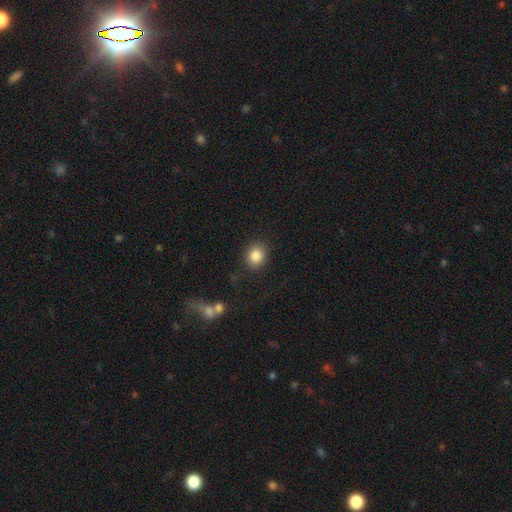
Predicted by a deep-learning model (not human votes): Overall: smooth (85%). How rounded: round (57%; in between 42%). Merging: none (85%).